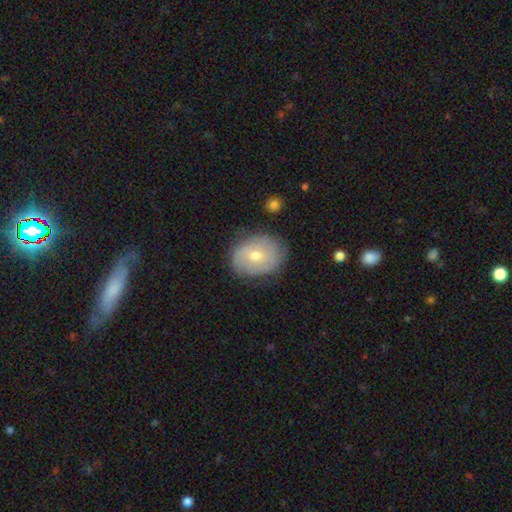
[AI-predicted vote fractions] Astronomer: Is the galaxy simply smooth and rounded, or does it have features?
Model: smooth — 51% (runner-up: featured or disk, 41%).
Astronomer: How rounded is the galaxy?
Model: in between — 56% (runner-up: round, 43%).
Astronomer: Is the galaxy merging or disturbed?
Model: none — 73%.